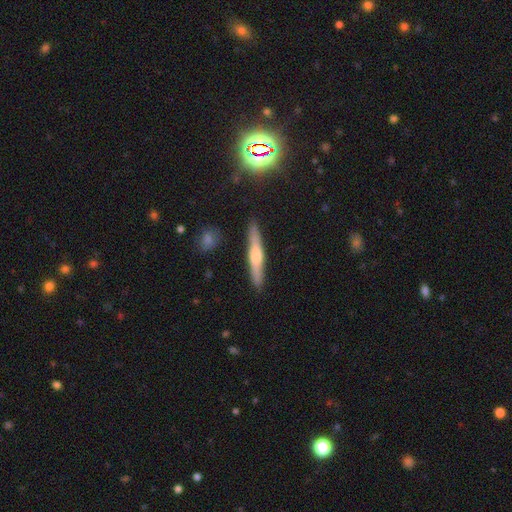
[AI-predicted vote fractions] Q: Smooth or featured?
A: featured or disk (61%); runner-up: smooth (27%)
Q: Edge-on disk?
A: yes (95%); runner-up: no (5%)
Q: Edge-on bulge?
A: rounded (82%); runner-up: none (10%)
Q: Merging?
A: none (88%); runner-up: minor disturbance (9%)